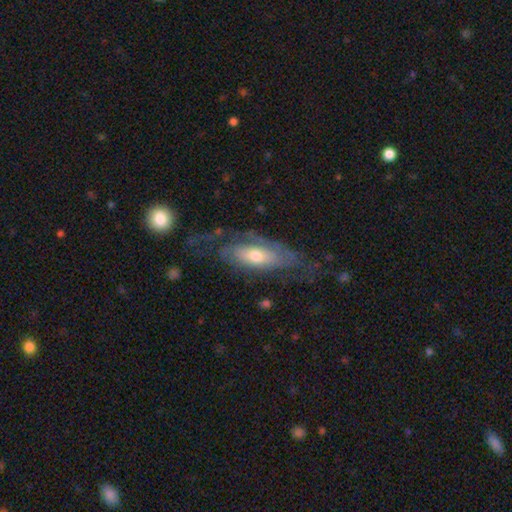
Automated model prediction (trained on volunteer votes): Smooth or featured?
  - featured or disk: 68% *
  - smooth: 27%
  - star or artifact: 6%
Edge-on disk?
  - no: 82% *
  - yes: 18%
Bar?
  - no: 70% *
  - weak: 23%
  - strong: 7%
Spiral arms?
  - yes: 76% *
  - no: 24%
Bulge size?
  - moderate: 60% *
  - small: 27%
  - large: 10%
  - none: 2%
  - dominant: 1%
Merging?
  - none: 51% *
  - major disturbance: 24%
  - minor disturbance: 23%
  - merger: 2%